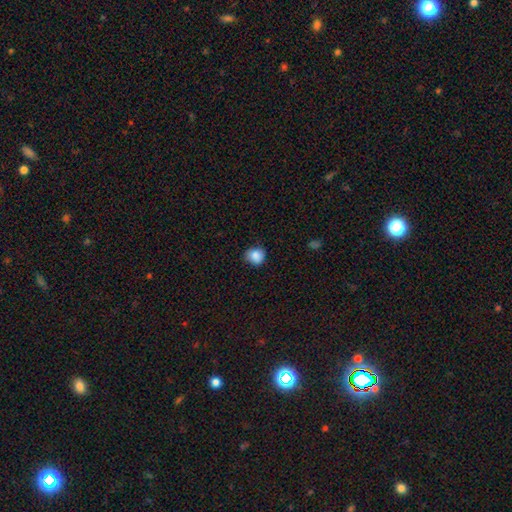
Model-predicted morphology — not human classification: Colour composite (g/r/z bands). It shows a smooth galaxy with no disk features (86%) that is round (84%). Merging: none (74%).